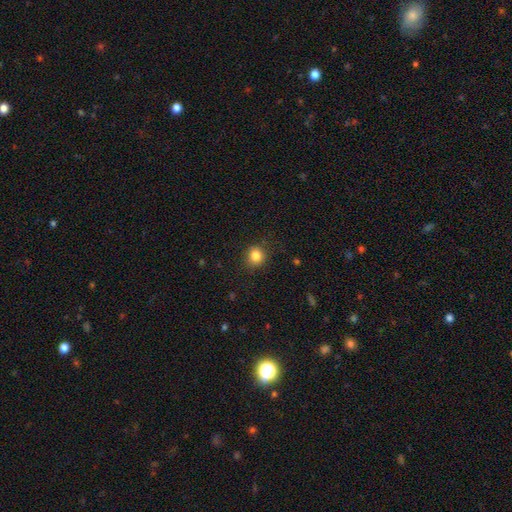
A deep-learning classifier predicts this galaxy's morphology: smooth_or_featured: smooth (p=0.83) [alt: star or artifact p=0.11]
how_rounded: round (p=0.86) [alt: in between p=0.13]
merging: none (p=0.86) [alt: minor disturbance p=0.10]